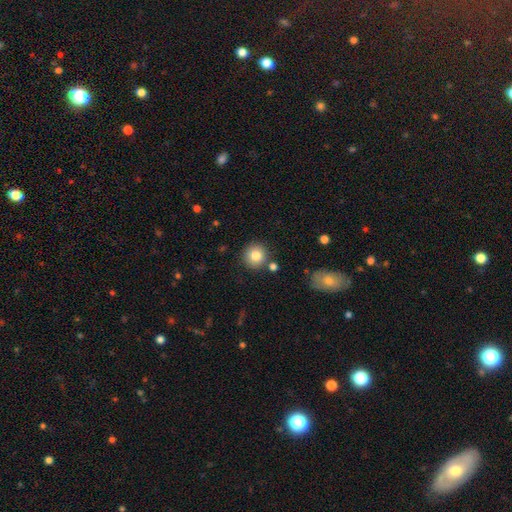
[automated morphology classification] smooth_or_featured: smooth (p=0.82) [alt: star or artifact p=0.09]
how_rounded: round (p=0.92) [alt: in between p=0.07]
merging: none (p=0.83) [alt: minor disturbance p=0.08]